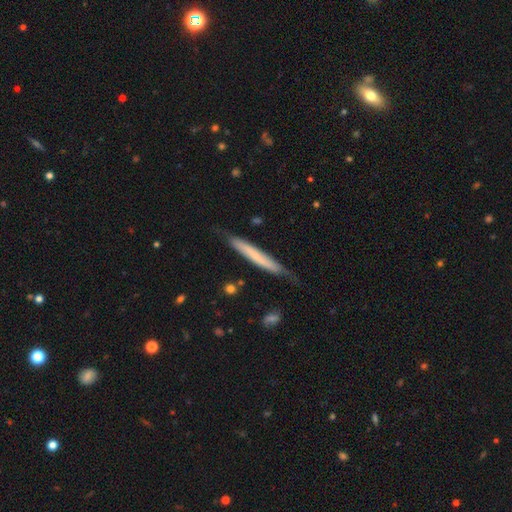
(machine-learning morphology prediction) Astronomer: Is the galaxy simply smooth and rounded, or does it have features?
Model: smooth — 53% (runner-up: featured or disk, 41%).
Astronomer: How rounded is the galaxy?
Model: cigar-shaped — 95%.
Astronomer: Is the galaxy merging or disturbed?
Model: none — 71%.